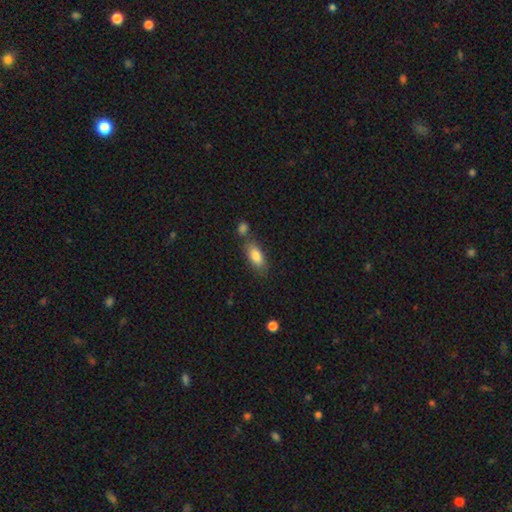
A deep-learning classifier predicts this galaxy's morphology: Smooth or featured: smooth — 83% (featured or disk — 10%)
How rounded: in between — 84% (cigar-shaped — 13%)
Merging: none — 64% (merger — 18%)